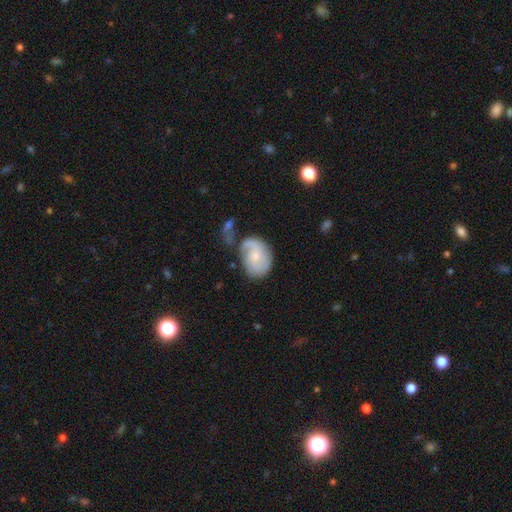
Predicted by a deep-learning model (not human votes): Smooth or featured? featured or disk (63%)
Edge-on disk? no (97%)
Bar? no (65%)
Spiral arms? yes (88%)
Spiral winding? medium (42%)
Spiral arm count? 2 (59%)
Bulge size? small (51%)
Merging? none (47%)